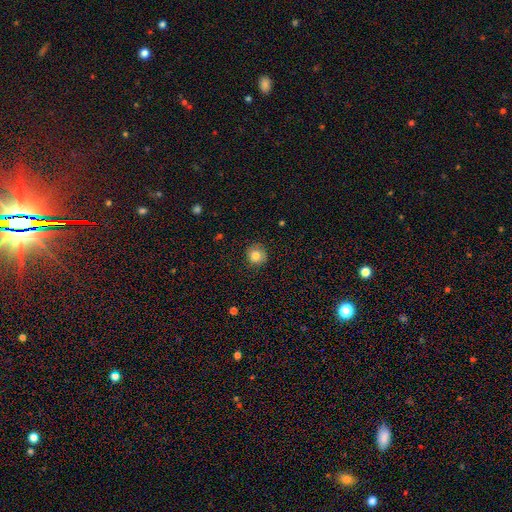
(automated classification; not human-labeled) This appears to be a smooth galaxy with no disk features (82%) that is round (90%). Merging: none (83%).